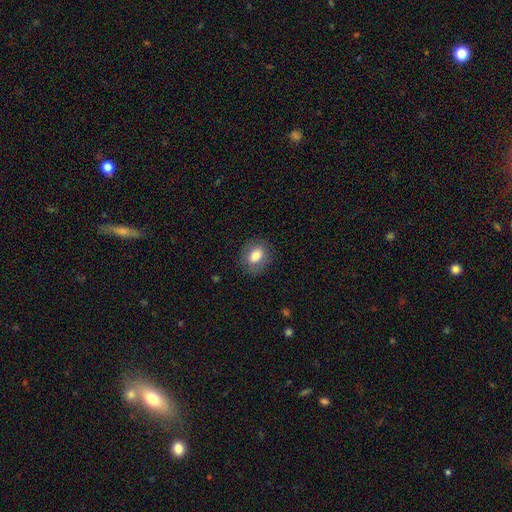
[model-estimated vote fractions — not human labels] Smooth or featured? Predicted: smooth (p=0.79). How rounded? Predicted: in between (p=0.59). Merging? Predicted: none (p=0.84).